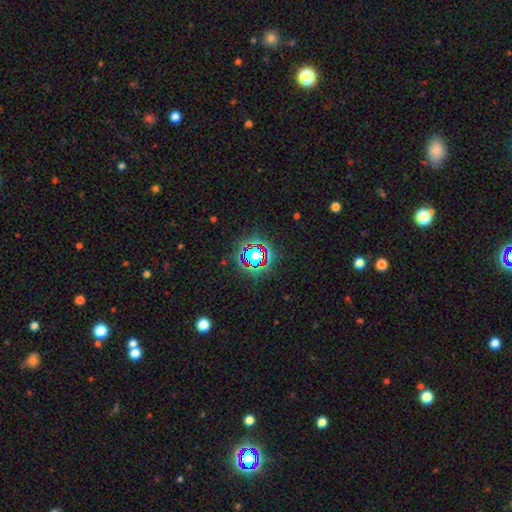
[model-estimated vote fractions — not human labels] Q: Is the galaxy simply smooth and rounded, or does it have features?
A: star or artifact — 66%.